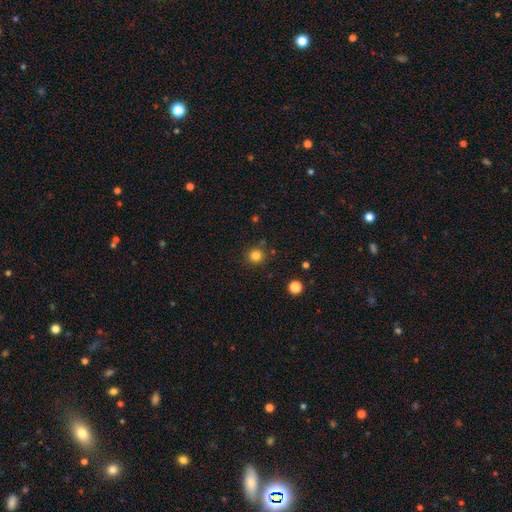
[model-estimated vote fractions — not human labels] Q: Smooth or featured?
A: smooth (82%); runner-up: star or artifact (13%)
Q: How rounded?
A: round (93%); runner-up: in between (6%)
Q: Merging?
A: none (86%); runner-up: minor disturbance (7%)